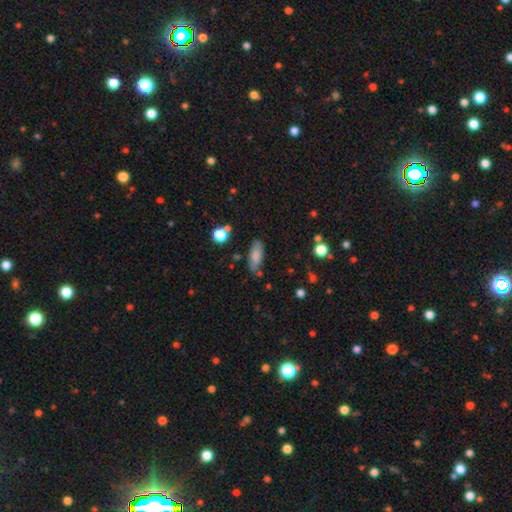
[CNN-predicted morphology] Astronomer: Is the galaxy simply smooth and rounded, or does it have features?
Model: smooth — 77%.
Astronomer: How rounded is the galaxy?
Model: in between — 77%.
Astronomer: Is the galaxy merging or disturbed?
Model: none — 72%.